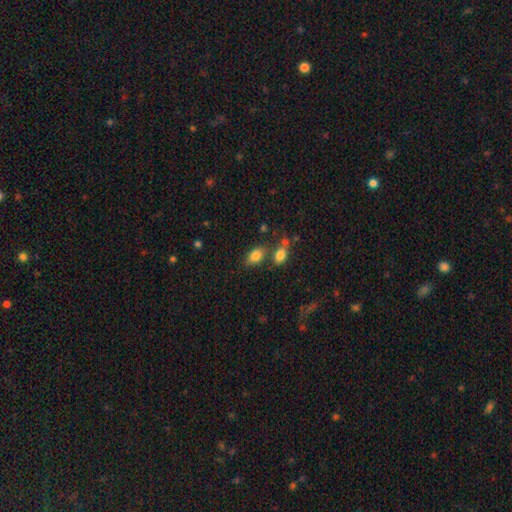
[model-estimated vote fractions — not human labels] A smooth galaxy with no disk features (82%) that is in between round and cigar-shaped (86%).

Vote fractions:
- Smooth or featured? smooth: 82% / star or artifact: 9% / featured or disk: 9%
- How rounded? in between: 86% / round: 12% / cigar-shaped: 2%
- Merging? none: 63% / merger: 19% / minor disturbance: 14% / major disturbance: 4%